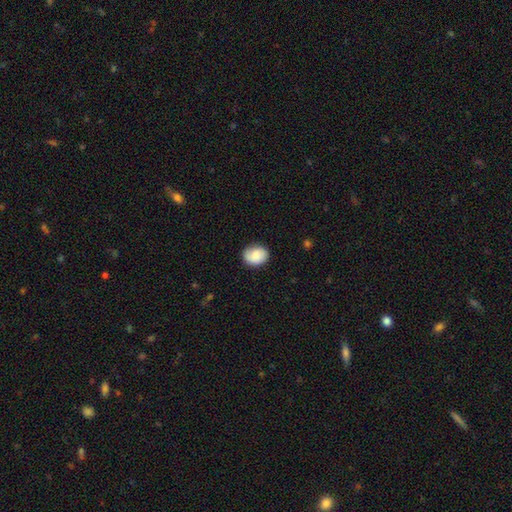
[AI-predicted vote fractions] Smooth or featured?
  - smooth: 73% *
  - featured or disk: 20%
  - star or artifact: 7%
How rounded?
  - round: 55% *
  - in between: 44%
  - cigar-shaped: 1%
Merging?
  - none: 79% *
  - minor disturbance: 16%
  - major disturbance: 4%
  - merger: 1%